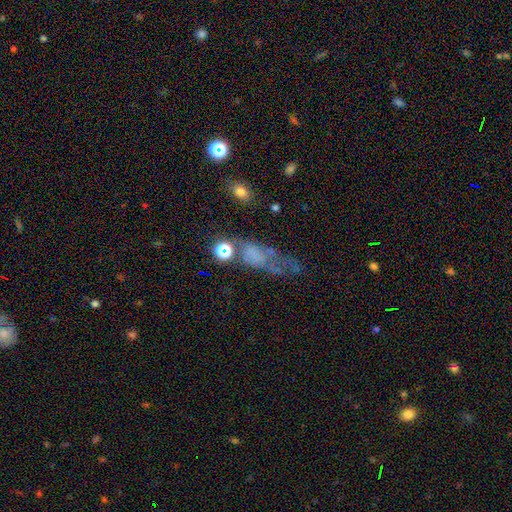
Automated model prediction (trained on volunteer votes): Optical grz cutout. It shows a smooth galaxy with no disk features (38%). Merging: none (34%).